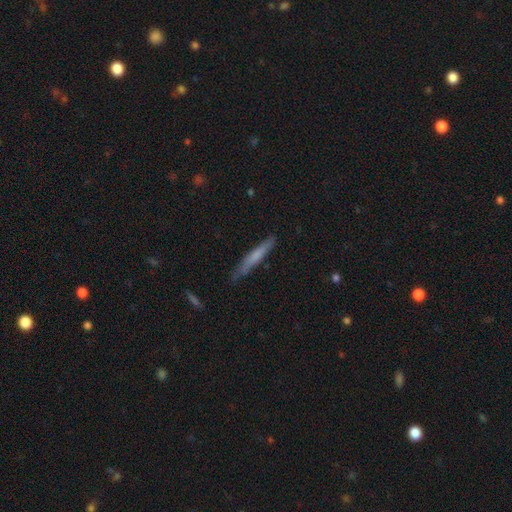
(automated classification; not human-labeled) Smooth or featured? Predicted: smooth (p=0.60). How rounded? Predicted: cigar-shaped (p=0.94). Merging? Predicted: none (p=0.77).